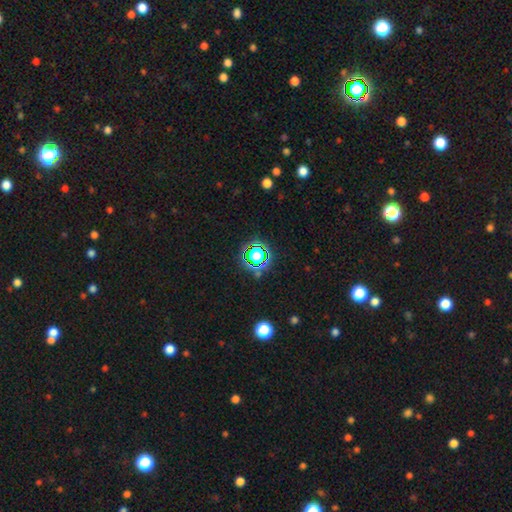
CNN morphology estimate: A star or artifact, not a galaxy (60%).